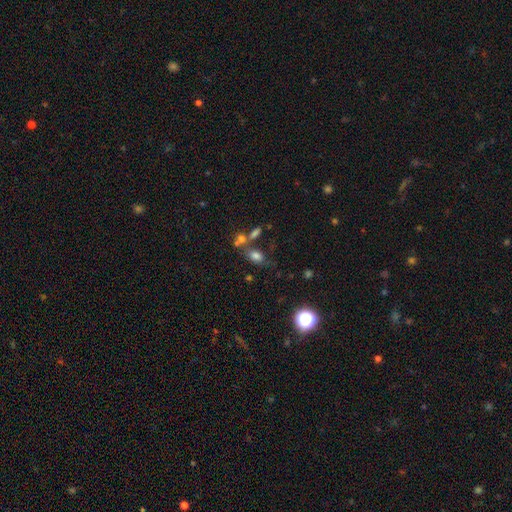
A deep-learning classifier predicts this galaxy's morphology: Smooth or featured: smooth — 74% (star or artifact — 15%)
How rounded: in between — 82% (round — 15%)
Merging: none — 53% (merger — 24%)